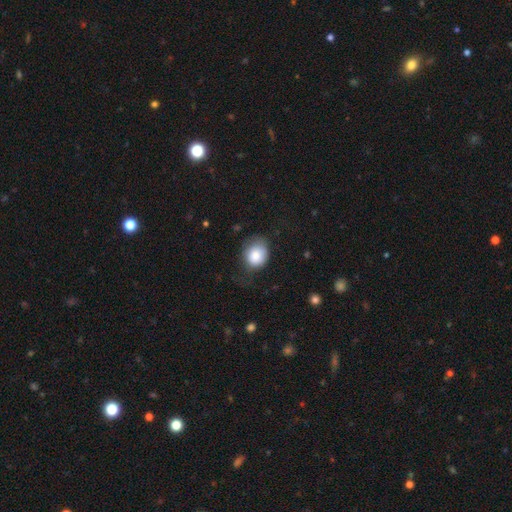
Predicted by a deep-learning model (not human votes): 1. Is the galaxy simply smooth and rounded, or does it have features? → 82% smooth, 10% featured or disk, 8% star or artifact.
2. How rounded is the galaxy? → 68% round, 31% in between, 1% cigar-shaped.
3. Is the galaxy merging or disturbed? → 53% none, 30% minor disturbance, 15% major disturbance, 2% merger.